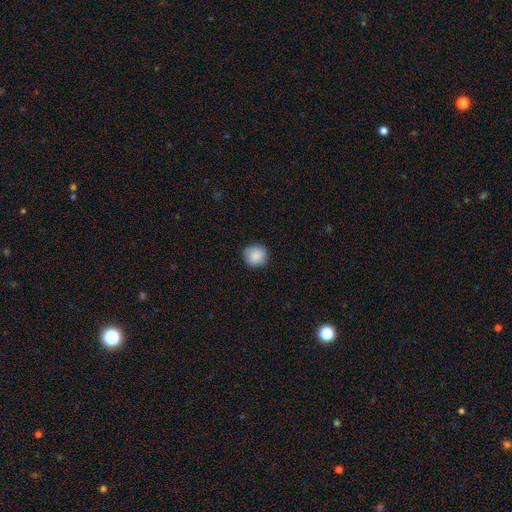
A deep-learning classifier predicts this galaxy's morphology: type=smooth (87%); roundness=round (90%); merging=none (85%).